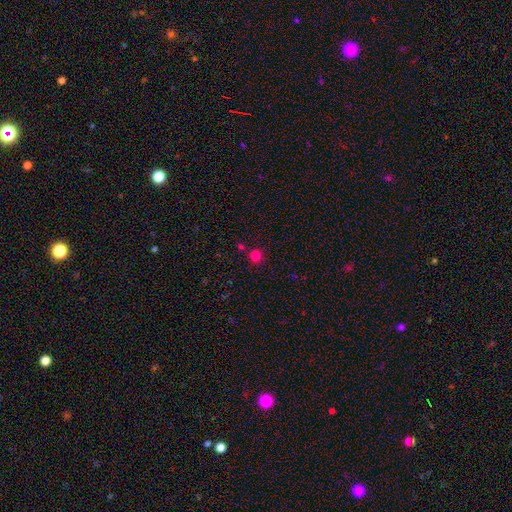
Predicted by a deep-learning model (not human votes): smooth 80%, star or artifact 16%, featured or disk 4%. Down the decision tree: how rounded — round (94%); merging — none (84%).